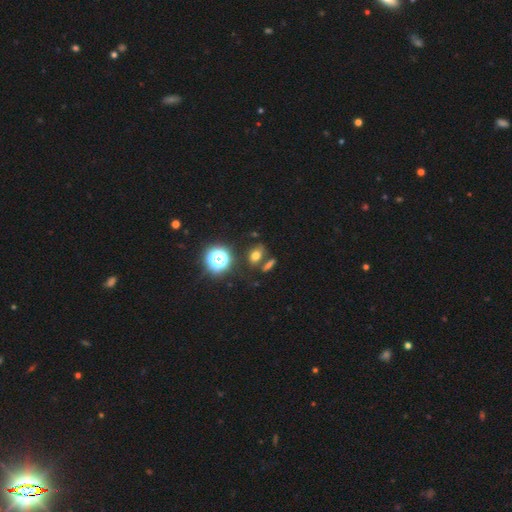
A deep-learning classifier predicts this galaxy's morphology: Smooth or featured? smooth (65%)
How rounded? in between (64%)
Merging? none (74%)